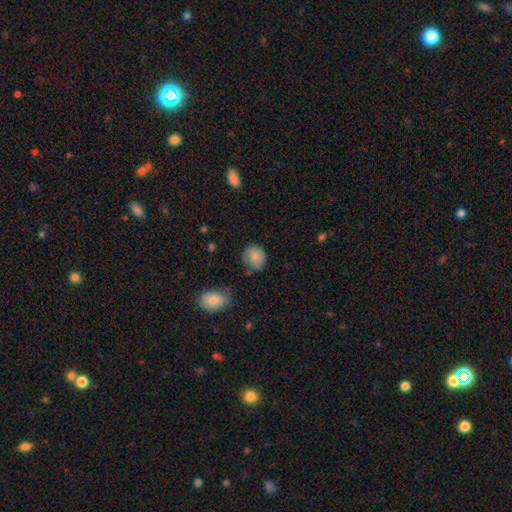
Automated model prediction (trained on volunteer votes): Smooth or featured? Predicted: smooth (p=0.84). How rounded? Predicted: round (p=0.78). Merging? Predicted: none (p=0.70).